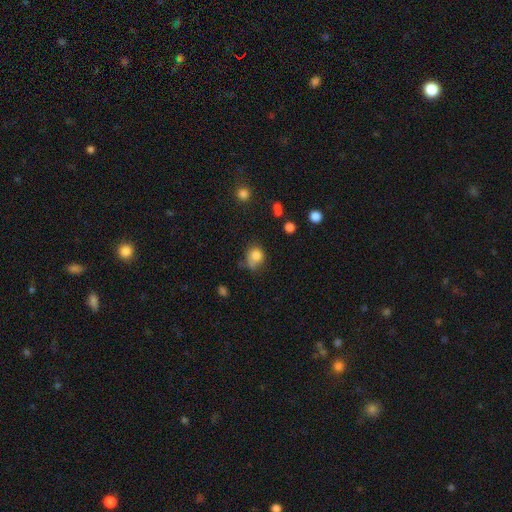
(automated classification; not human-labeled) This appears to be a smooth galaxy with no disk features (81%) that is round (66%). Merging: none (45%).